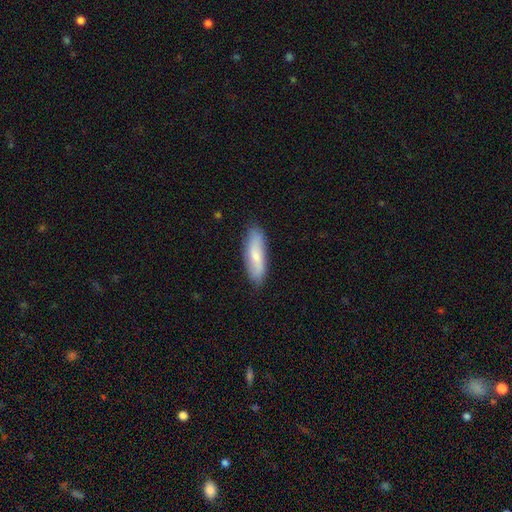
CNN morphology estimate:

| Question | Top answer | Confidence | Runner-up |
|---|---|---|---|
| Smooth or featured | smooth | 66% | featured or disk (28%) |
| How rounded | cigar-shaped | 55% | in between (43%) |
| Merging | none | 86% | minor disturbance (11%) |